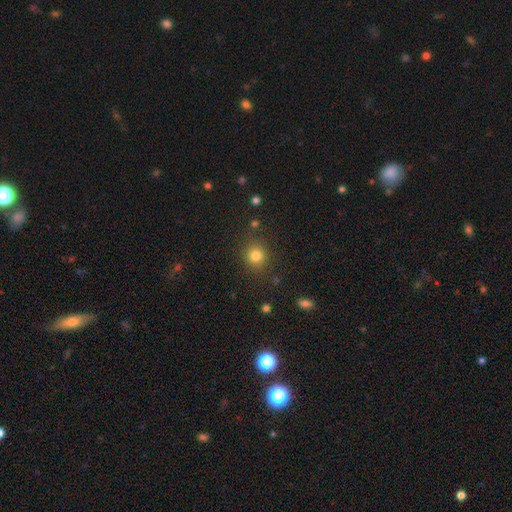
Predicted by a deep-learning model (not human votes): Smooth or featured? smooth (81%)
How rounded? round (86%)
Merging? none (85%)